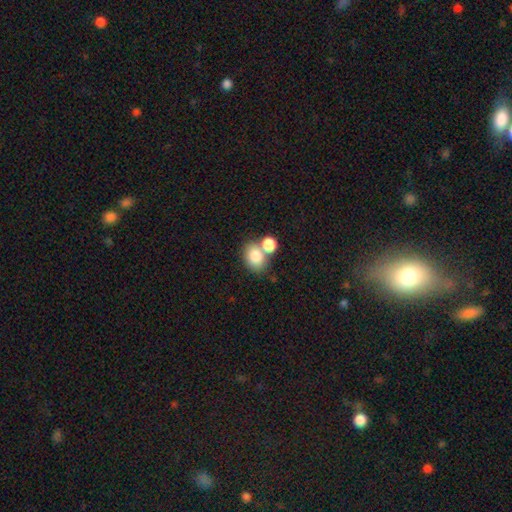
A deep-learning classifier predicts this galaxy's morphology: Smooth or featured? Predicted: smooth (p=0.82). How rounded? Predicted: in between (p=0.58). Merging? Predicted: merger (p=0.48).